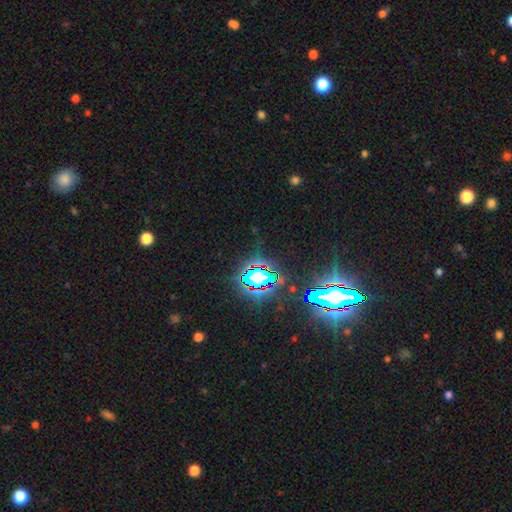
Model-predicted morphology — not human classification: Smooth or featured? Predicted: star or artifact (p=0.84).